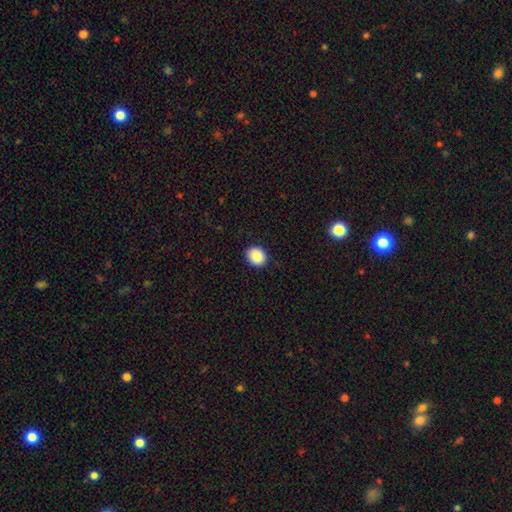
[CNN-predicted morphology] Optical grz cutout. It shows a smooth galaxy with no disk features (88%) that is round (67%). Merging: none (90%).